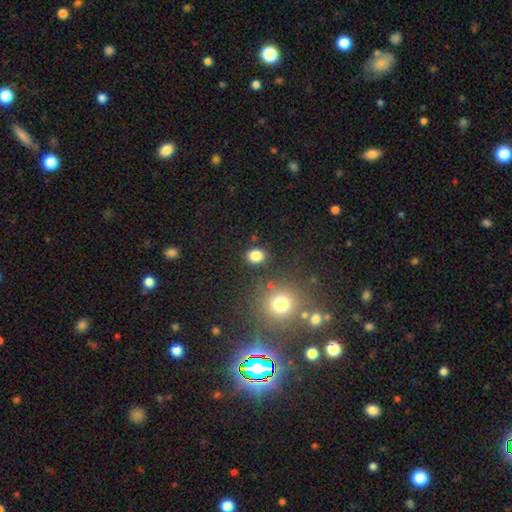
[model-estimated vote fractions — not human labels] The model was most divided on "how rounded": round: 57%, in between: 42%, cigar-shaped: 1%. More confident: merging — none (84%); smooth or featured — smooth (82%).